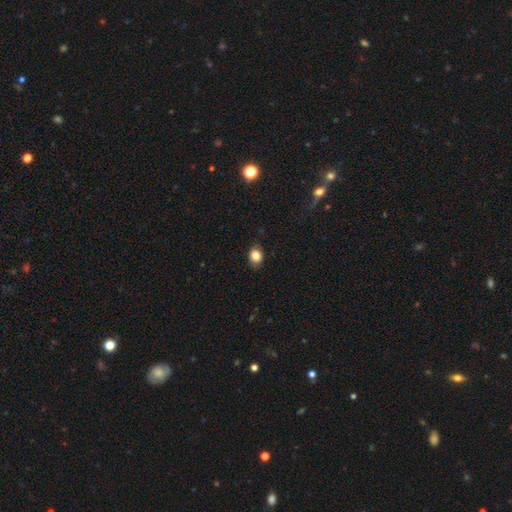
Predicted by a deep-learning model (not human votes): Overall: smooth (83%). How rounded: in between (61%; round 37%). Merging: none (82%).